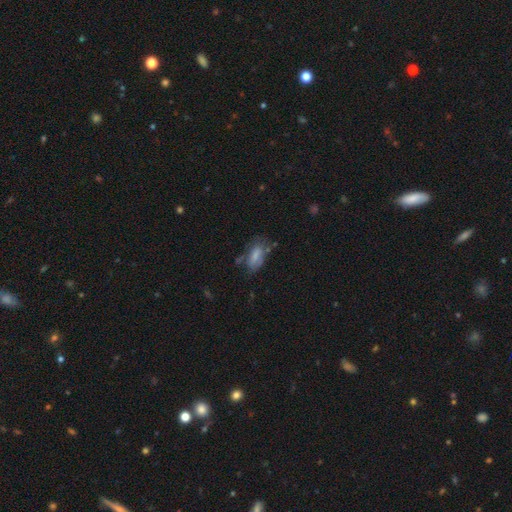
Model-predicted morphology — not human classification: smooth 64%, featured or disk 27%, star or artifact 9%. Down the decision tree: how rounded — in between (85%); merging — none (48%).